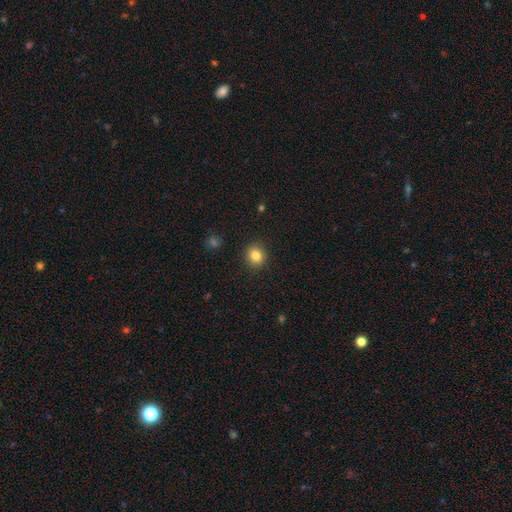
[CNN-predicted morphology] smooth 83%, star or artifact 11%, featured or disk 6%. Down the decision tree: how rounded — round (83%); merging — none (91%).